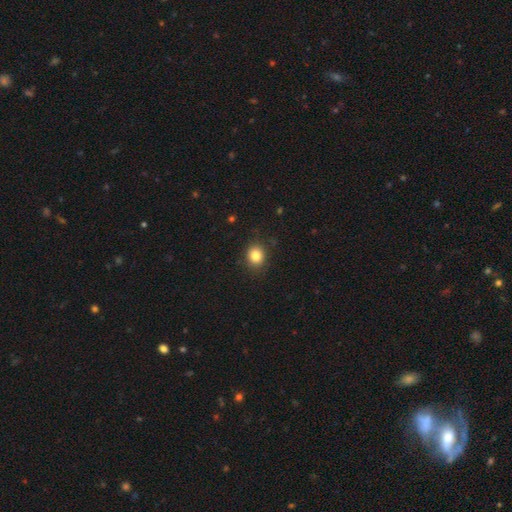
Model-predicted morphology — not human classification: This is clearly a smooth galaxy (84%). How rounded: likely round (73%). Merging: clearly none (86%).